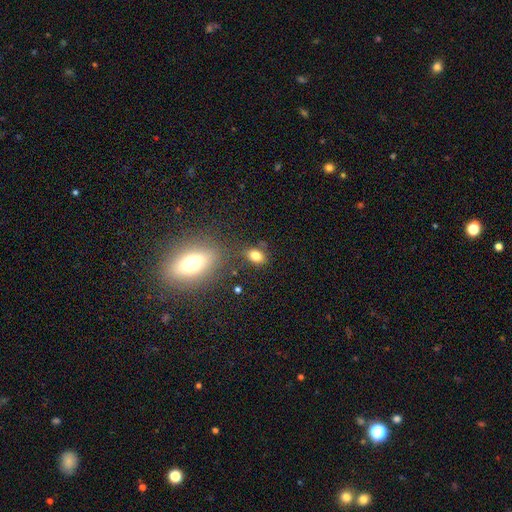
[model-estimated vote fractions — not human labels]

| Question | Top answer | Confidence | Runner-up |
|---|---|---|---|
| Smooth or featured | smooth | 78% | star or artifact (12%) |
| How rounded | in between | 79% | round (19%) |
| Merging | none | 72% | minor disturbance (15%) |